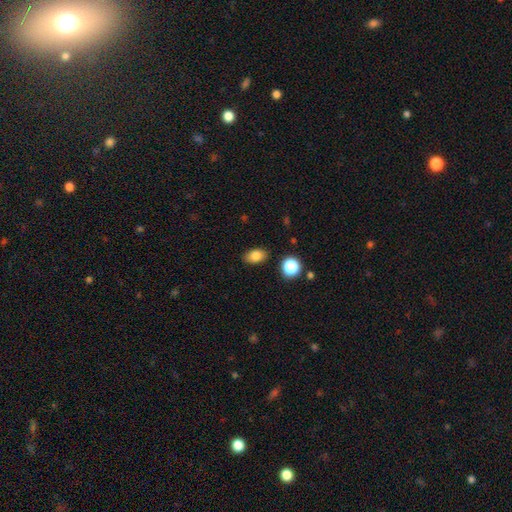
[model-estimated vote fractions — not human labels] Q: Smooth or featured?
A: smooth (82%); runner-up: star or artifact (10%)
Q: How rounded?
A: in between (84%); runner-up: round (14%)
Q: Merging?
A: none (86%); runner-up: minor disturbance (10%)